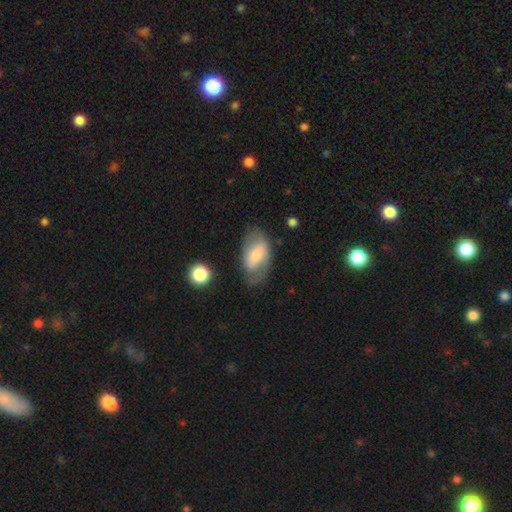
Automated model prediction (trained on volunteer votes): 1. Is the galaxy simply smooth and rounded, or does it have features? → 50% smooth, 43% featured or disk, 6% star or artifact.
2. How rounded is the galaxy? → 91% in between, 6% round, 2% cigar-shaped.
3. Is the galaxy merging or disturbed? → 61% none, 23% minor disturbance, 13% major disturbance, 3% merger.